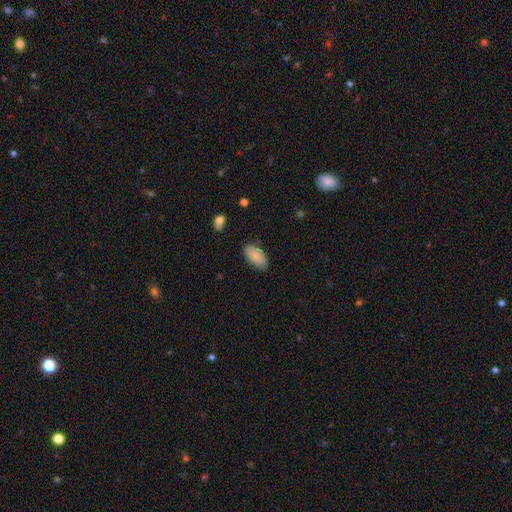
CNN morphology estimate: A smooth galaxy with no disk features (87%) that is in between round and cigar-shaped (95%). Merging: none (84%).